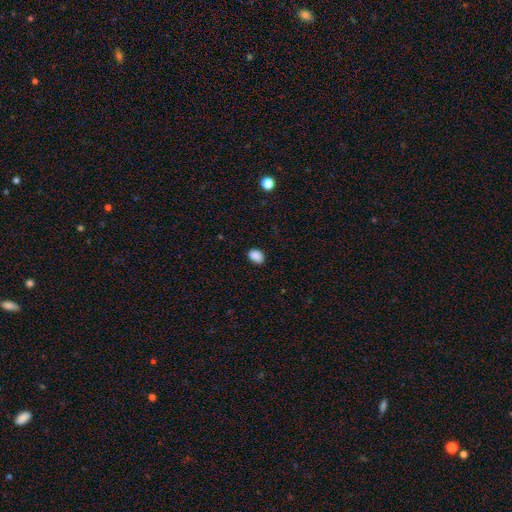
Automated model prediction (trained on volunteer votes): The model was most divided on "how rounded": in between: 79%, round: 20%, cigar-shaped: 1%. More confident: smooth or featured — smooth (88%); merging — none (84%).